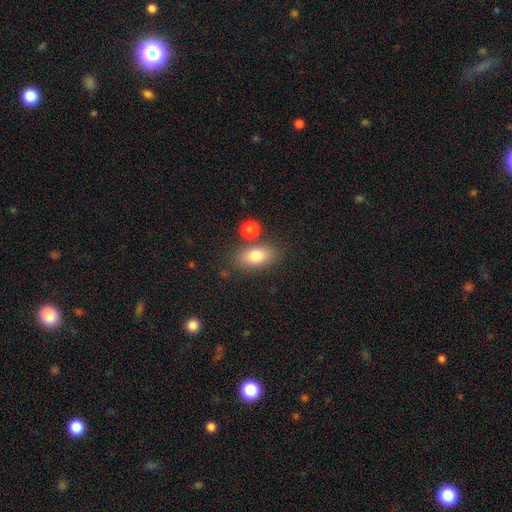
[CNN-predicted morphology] A smooth galaxy with no disk features (79%) that is in between round and cigar-shaped (85%).

Vote fractions:
- Smooth or featured? smooth: 79% / featured or disk: 13% / star or artifact: 9%
- How rounded? in between: 85% / round: 10% / cigar-shaped: 5%
- Merging? none: 74% / minor disturbance: 12% / merger: 11% / major disturbance: 4%